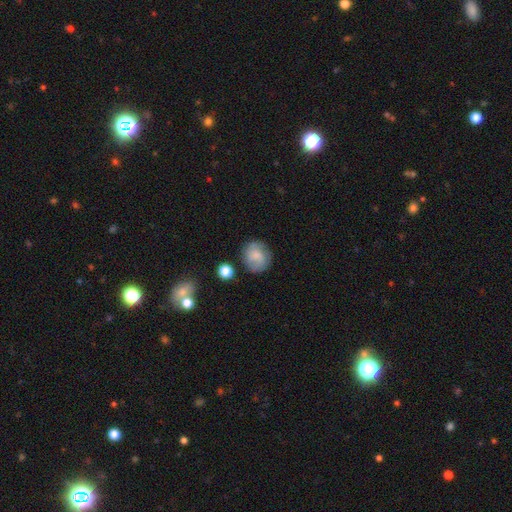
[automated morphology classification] type=smooth (62%); roundness=round (82%); merging=none (74%).